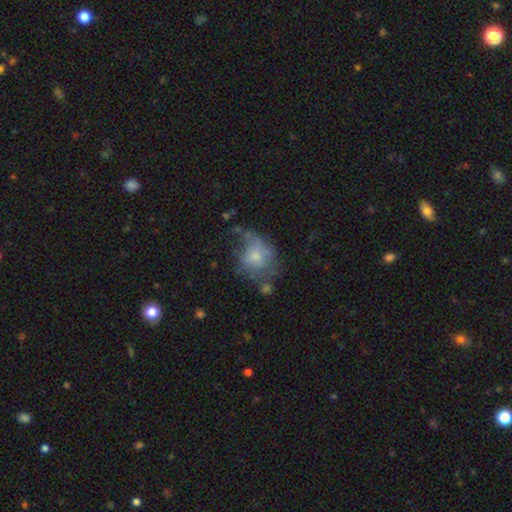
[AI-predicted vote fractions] This is possibly a smooth galaxy (51%). How rounded: possibly round (52%). Merging: marginally major disturbance (35%).